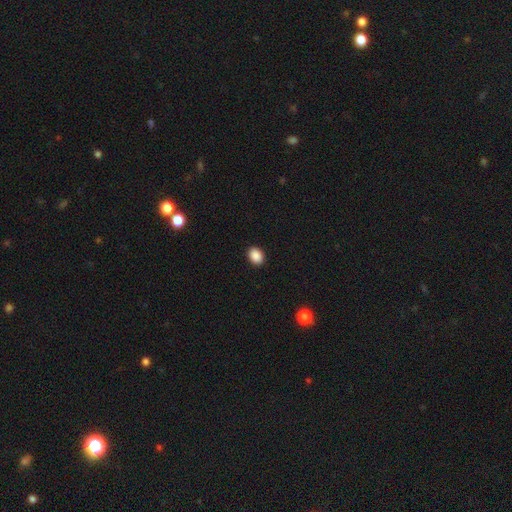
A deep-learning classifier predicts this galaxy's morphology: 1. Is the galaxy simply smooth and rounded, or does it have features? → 89% smooth, 8% star or artifact, 2% featured or disk.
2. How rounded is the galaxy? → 68% in between, 31% round, 1% cigar-shaped.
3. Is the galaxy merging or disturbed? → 91% none, 6% minor disturbance, 2% major disturbance, 1% merger.